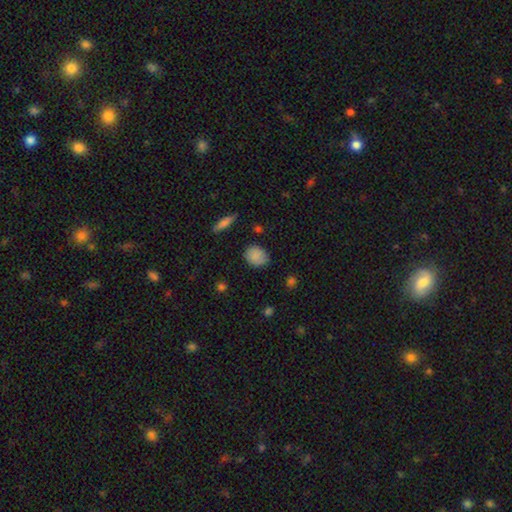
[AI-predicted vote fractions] smooth 84%, star or artifact 9%, featured or disk 7%. Down the decision tree: how rounded — round (50%); merging — none (77%).